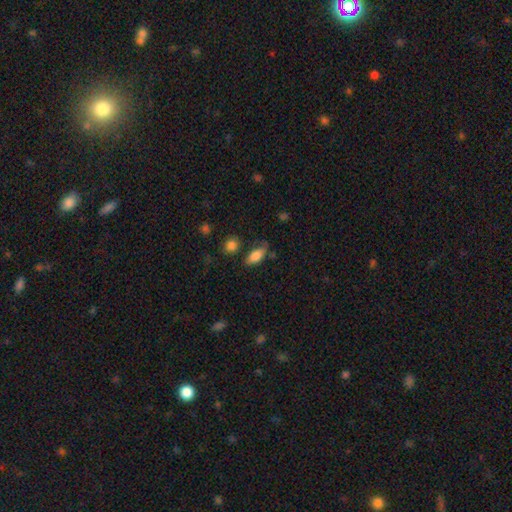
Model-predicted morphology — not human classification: smooth-or-featured: smooth: 82% | featured or disk: 11% | star or artifact: 8%
  how-rounded: in between: 84% | cigar-shaped: 12% | round: 4%
  merging: none: 62% | minor disturbance: 25% | major disturbance: 8% | merger: 5%